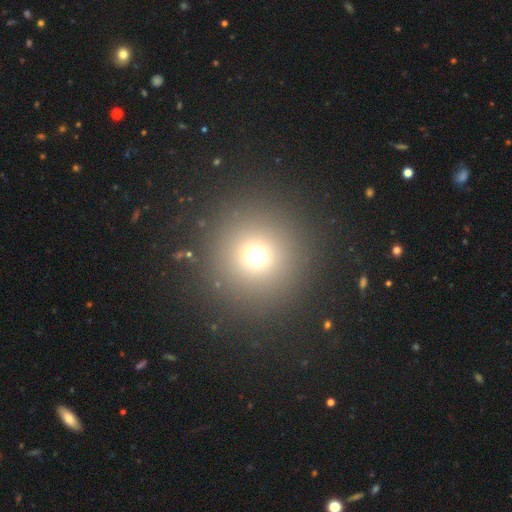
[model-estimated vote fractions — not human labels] Morphology: type=smooth (69%); roundness=round (95%); merging=none (89%).